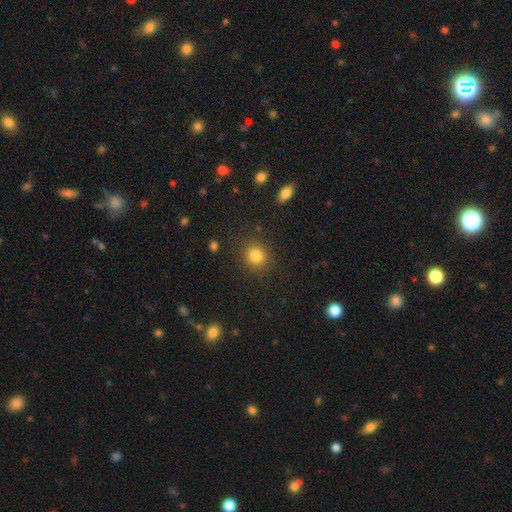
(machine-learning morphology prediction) smooth_or_featured: smooth (p=0.83) [alt: star or artifact p=0.12]
how_rounded: round (p=0.84) [alt: in between p=0.15]
merging: none (p=0.86) [alt: minor disturbance p=0.08]